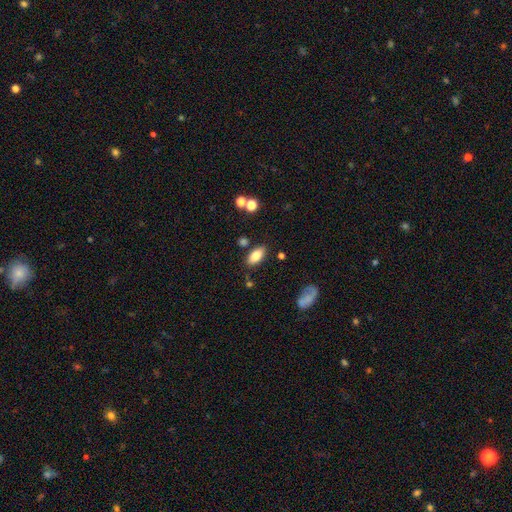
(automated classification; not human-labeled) Smooth or featured? Predicted: smooth (p=0.78). How rounded? Predicted: in between (p=0.90). Merging? Predicted: none (p=0.81).